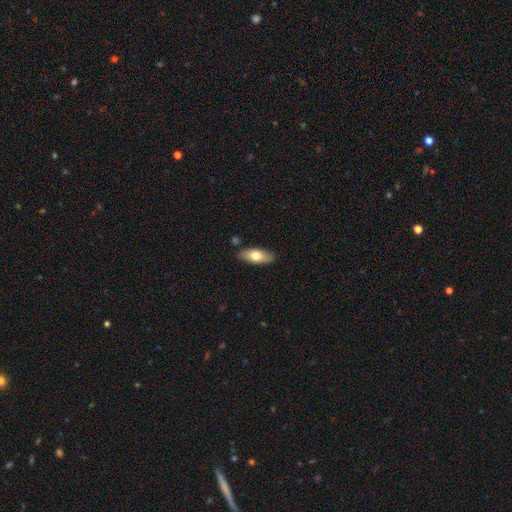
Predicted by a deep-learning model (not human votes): smooth 71%, featured or disk 23%, star or artifact 6%. Down the decision tree: how rounded — in between (79%); merging — none (86%).